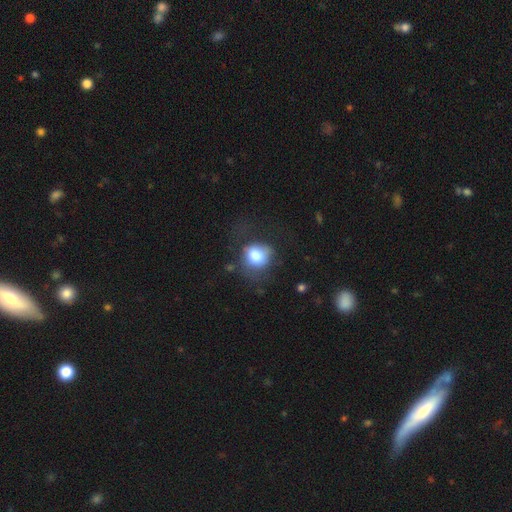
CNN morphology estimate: This is likely a smooth galaxy (78%). How rounded: likely round (69%). Merging: marginally none (41%).